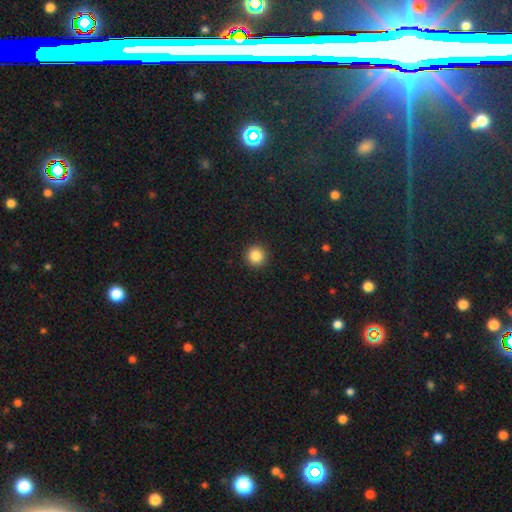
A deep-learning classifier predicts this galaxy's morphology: Smooth or featured? smooth (86%)
How rounded? round (95%)
Merging? none (93%)